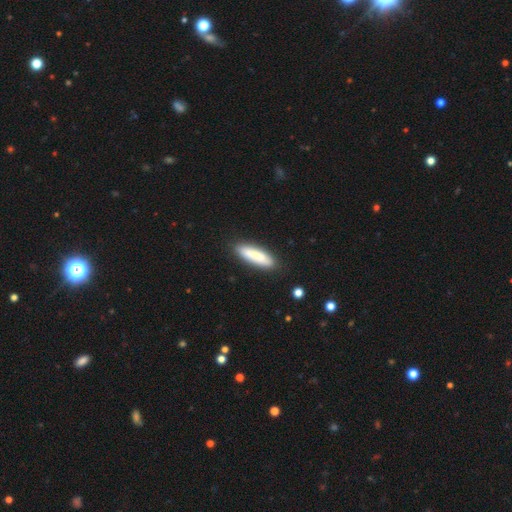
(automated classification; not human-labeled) Morphology: type=smooth (82%); roundness=cigar-shaped (67%); merging=none (86%).